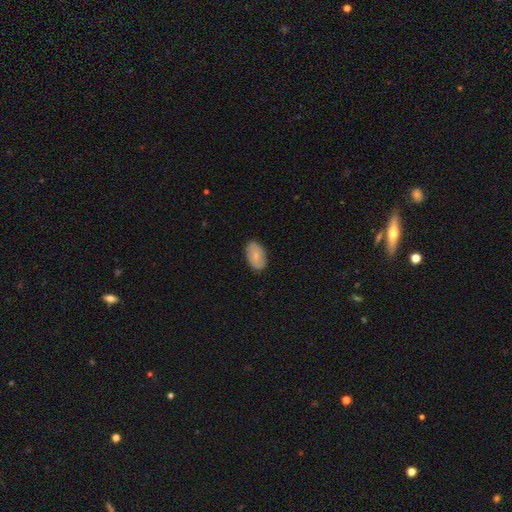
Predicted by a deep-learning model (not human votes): Smooth or featured: smooth — 75% (featured or disk — 19%)
How rounded: in between — 93% (round — 5%)
Merging: none — 86% (minor disturbance — 11%)